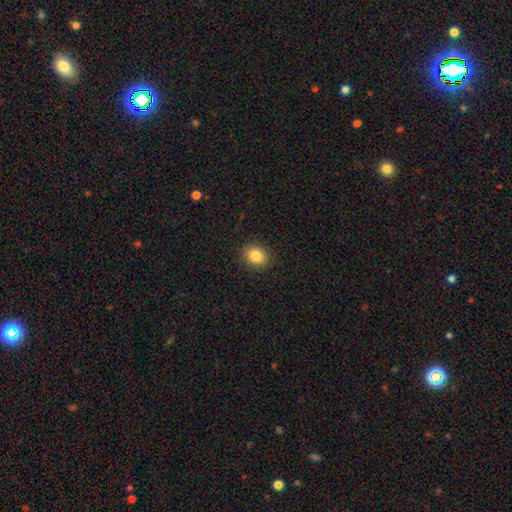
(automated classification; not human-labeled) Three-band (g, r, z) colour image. It shows a smooth galaxy with no disk features (84%) that is round (66%). Merging: none (89%).